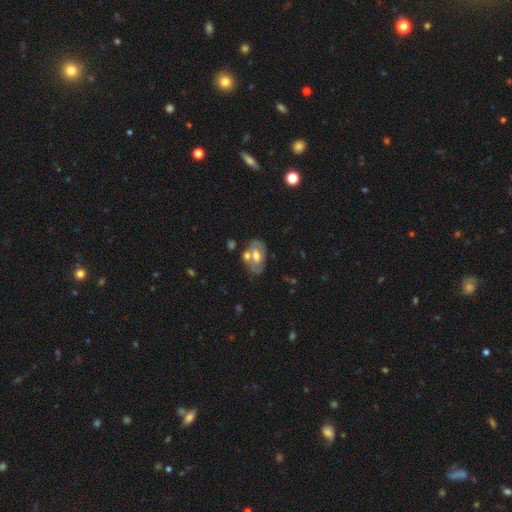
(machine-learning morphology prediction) Q: Smooth or featured?
A: featured or disk (62%); runner-up: smooth (31%)
Q: Edge-on disk?
A: no (93%); runner-up: yes (7%)
Q: Bar?
A: no (50%); runner-up: weak (36%)
Q: Spiral arms?
A: yes (50%); tied with: no (50%)
Q: Bulge size?
A: moderate (63%); runner-up: large (20%)
Q: Merging?
A: none (48%); runner-up: merger (26%)